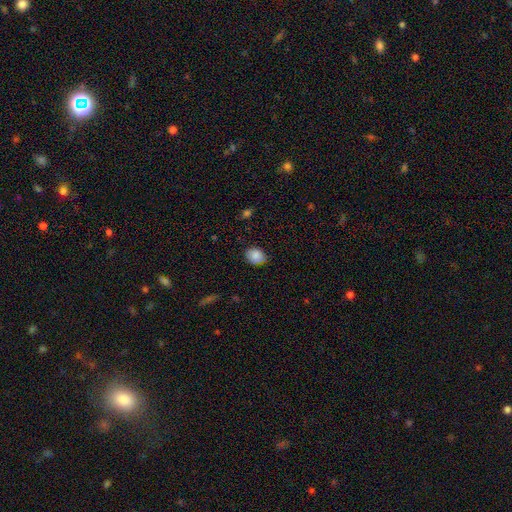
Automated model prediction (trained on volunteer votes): smooth_or_featured: smooth (p=0.87) [alt: star or artifact p=0.08]
how_rounded: in between (p=0.53) [alt: round p=0.46]
merging: none (p=0.78) [alt: minor disturbance p=0.18]